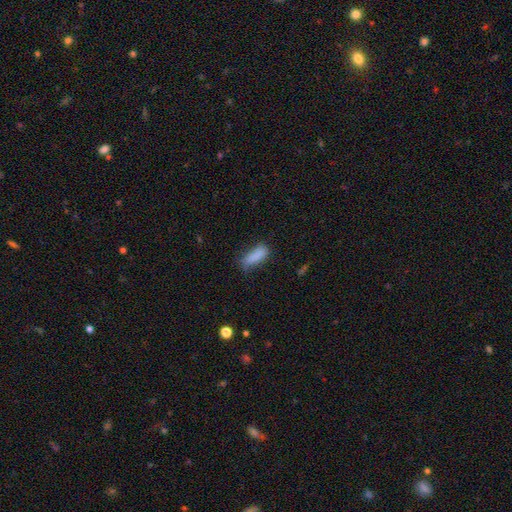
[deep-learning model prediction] Smooth or featured? smooth (85%)
How rounded? in between (65%)
Merging? none (60%)